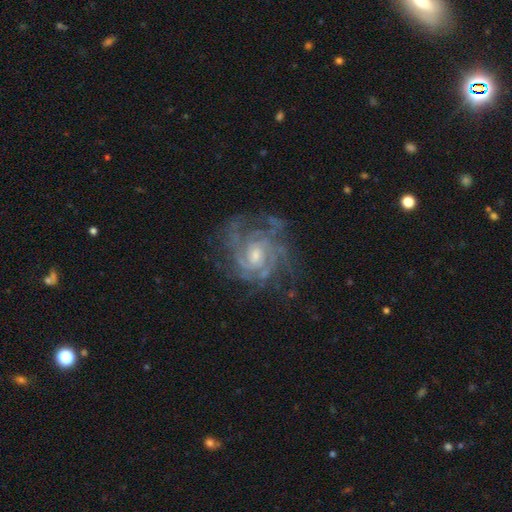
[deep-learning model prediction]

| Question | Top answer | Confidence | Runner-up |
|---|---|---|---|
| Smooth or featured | featured or disk | 90% | star or artifact (6%) |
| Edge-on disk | no | 98% | yes (2%) |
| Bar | no | 48% | weak (43%) |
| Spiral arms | yes | 97% | no (3%) |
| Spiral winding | tight | 66% | medium (30%) |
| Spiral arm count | can't tell | 27% | 3 (21%) |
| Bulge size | small | 50% | moderate (43%) |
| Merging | none | 67% | minor disturbance (18%) |